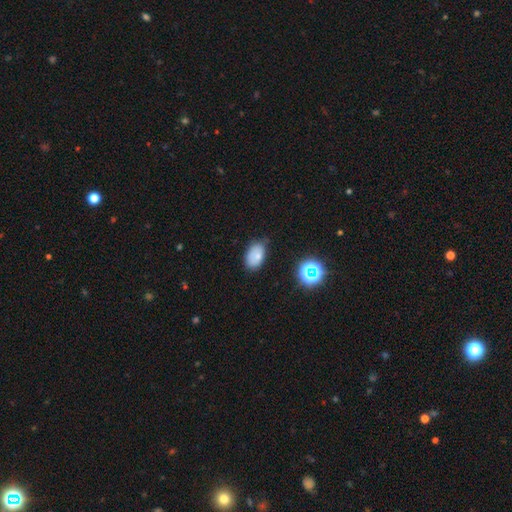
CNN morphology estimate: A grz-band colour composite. It shows a smooth galaxy with no disk features (76%) that is in between round and cigar-shaped (90%). Merging: none (71%).